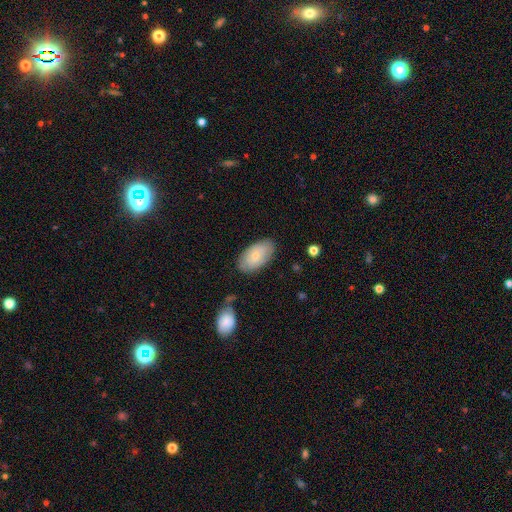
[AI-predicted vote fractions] Smooth or featured: smooth — 72% (featured or disk — 22%)
How rounded: in between — 95% (round — 4%)
Merging: none — 78% (minor disturbance — 17%)